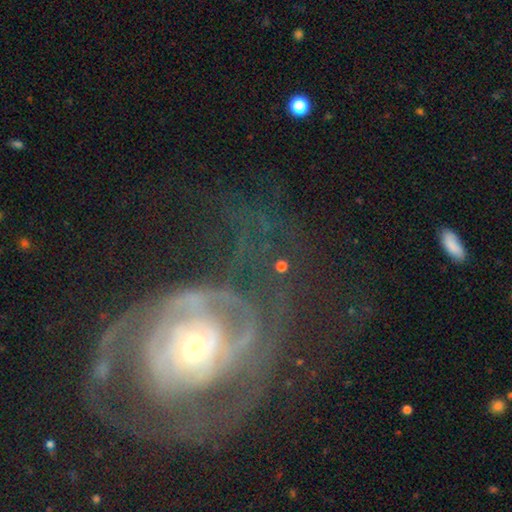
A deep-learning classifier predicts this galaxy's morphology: Smooth or featured? featured or disk (83%)
Edge-on disk? no (97%)
Bar? no (75%)
Spiral arms? yes (84%)
Spiral winding? tight (59%)
Spiral arm count? can't tell (39%)
Bulge size? small (53%)
Merging? none (46%)